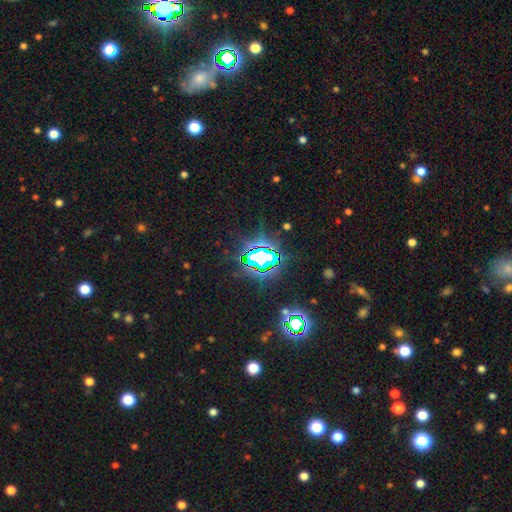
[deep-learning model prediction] The model was most divided on "smooth or featured": star or artifact: 82%, smooth: 11%, featured or disk: 7%.